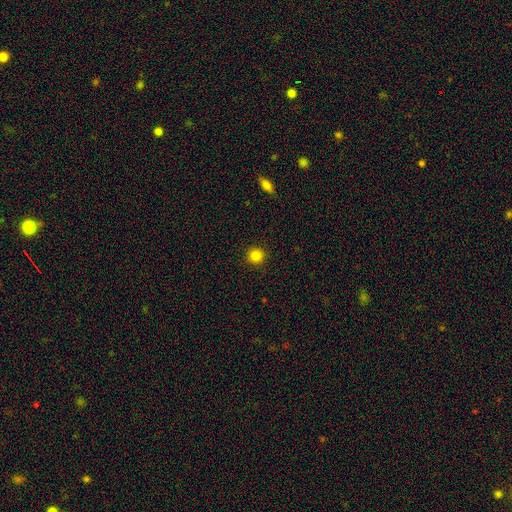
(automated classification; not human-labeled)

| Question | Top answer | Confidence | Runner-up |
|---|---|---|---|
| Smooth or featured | smooth | 84% | star or artifact (12%) |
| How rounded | round | 95% | in between (4%) |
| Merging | none | 93% | minor disturbance (4%) |